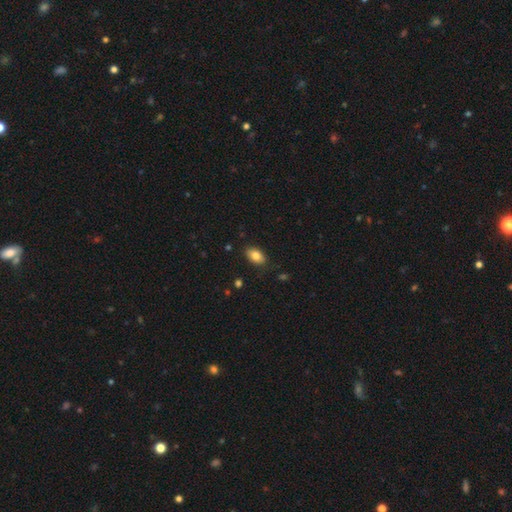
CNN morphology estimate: Smooth or featured? Predicted: smooth (p=0.82). How rounded? Predicted: in between (p=0.90). Merging? Predicted: none (p=0.86).